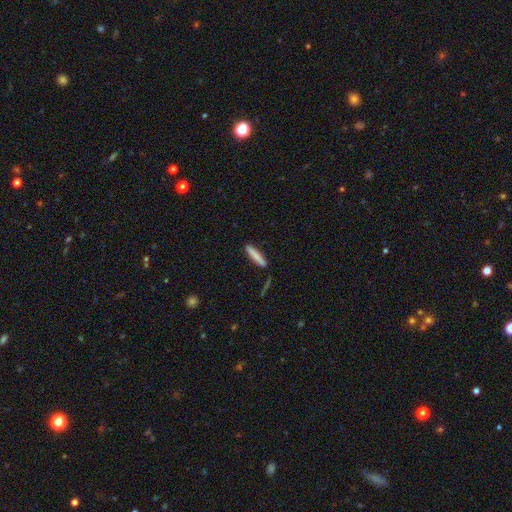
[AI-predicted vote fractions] Q: Smooth or featured?
A: smooth (78%); runner-up: featured or disk (16%)
Q: How rounded?
A: cigar-shaped (92%); runner-up: in between (7%)
Q: Merging?
A: none (84%); runner-up: minor disturbance (9%)